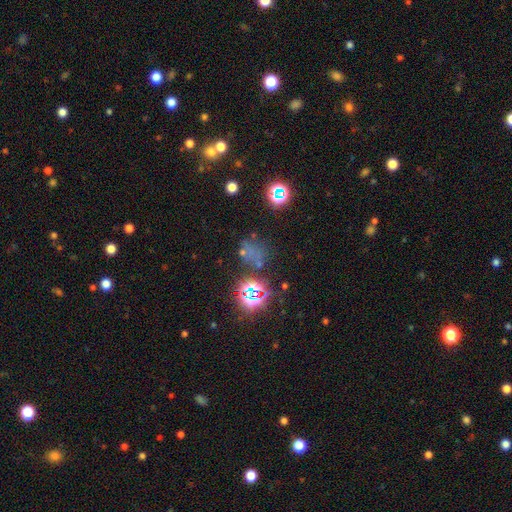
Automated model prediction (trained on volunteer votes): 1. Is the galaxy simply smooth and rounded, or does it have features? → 69% star or artifact, 23% smooth, 8% featured or disk.